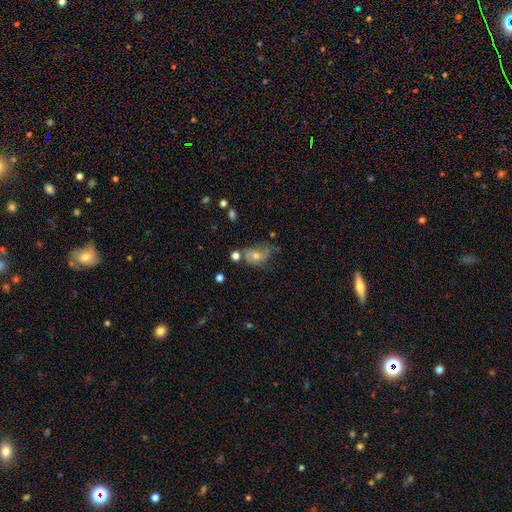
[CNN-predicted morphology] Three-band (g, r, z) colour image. It shows a featured or disk galaxy (54%) with no bar (75%), spiral arms (73%) and a moderate central bulge (60%). Merging: none (47%).